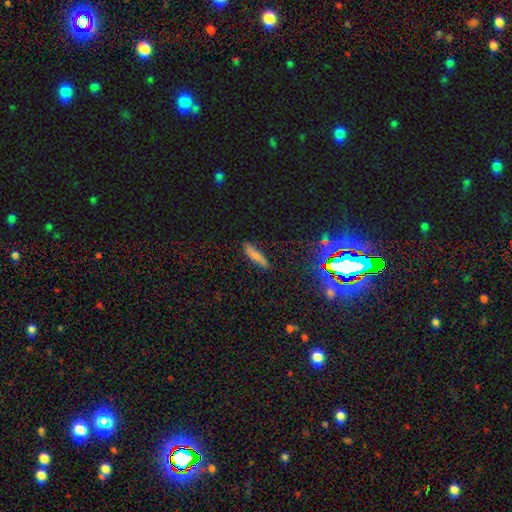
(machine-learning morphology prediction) smooth_or_featured: smooth (p=0.71) [alt: featured or disk p=0.17]
how_rounded: cigar-shaped (p=0.67) [alt: in between p=0.30]
merging: none (p=0.83) [alt: minor disturbance p=0.13]